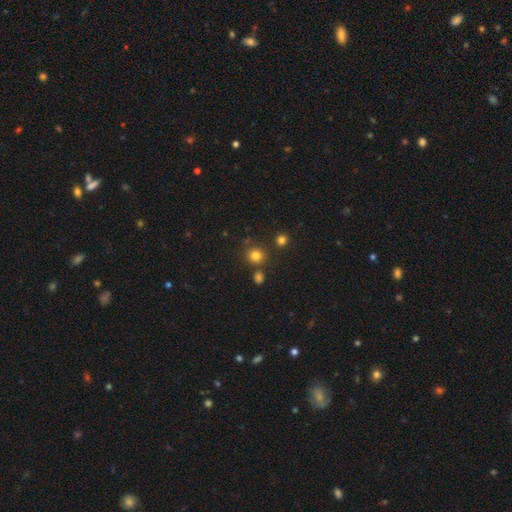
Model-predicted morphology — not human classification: Smooth or featured: smooth — 79% (star or artifact — 15%)
How rounded: round — 89% (in between — 10%)
Merging: none — 77% (merger — 11%)